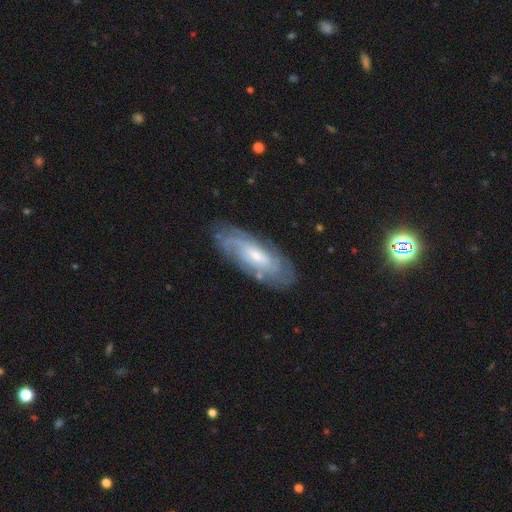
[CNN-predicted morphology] A featured or disk galaxy (78%) with no bar (62%), tight (64%) spiral arms (93%) and a small central bulge (65%).

Vote fractions:
- Smooth or featured? featured or disk: 78% / smooth: 16% / star or artifact: 6%
- Edge-on disk? no: 89% / yes: 11%
- Bar? no: 62% / weak: 31% / strong: 8%
- Spiral arms? yes: 93% / no: 7%
- Spiral winding? tight: 64% / medium: 28% / loose: 8%
- Spiral arm count? can't tell: 46% / 2: 19% / 3: 14% / 4: 11% / more than 4: 5% / 1: 5%
- Bulge size? small: 65% / moderate: 29% / large: 2% / none: 2% / dominant: 1%
- Merging? none: 78% / minor disturbance: 15% / major disturbance: 5% / merger: 2%